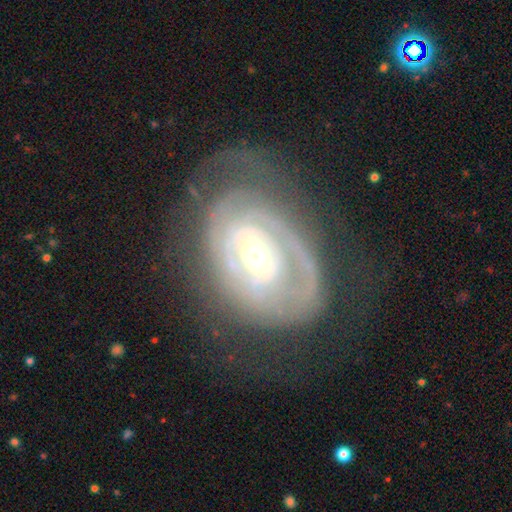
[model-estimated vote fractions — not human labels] The model was most divided on "bar": no: 44%, weak: 38%, strong: 19%. Remaining: edge-on disk — no (95%); smooth or featured — featured or disk (84%); spiral arms — yes (82%); spiral winding — tight (71%); bulge size — moderate (67%); merging — none (59%); spiral arm count — can't tell (43%).